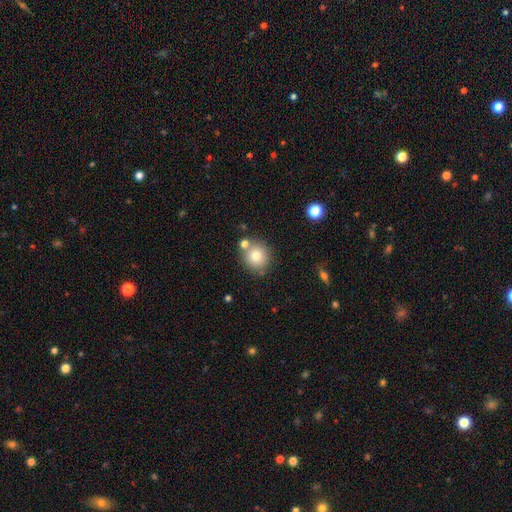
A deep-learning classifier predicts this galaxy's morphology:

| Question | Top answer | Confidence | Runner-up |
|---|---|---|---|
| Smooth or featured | smooth | 76% | featured or disk (12%) |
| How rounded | round | 87% | in between (12%) |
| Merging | none | 71% | merger (15%) |